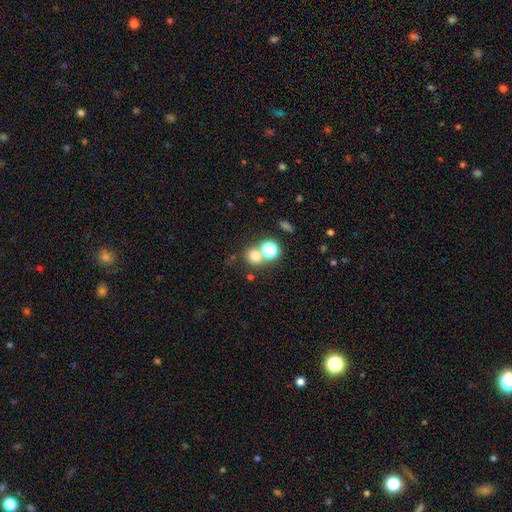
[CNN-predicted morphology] smooth 70%, star or artifact 21%, featured or disk 9%. Down the decision tree: how rounded — round (84%); merging — none (58%).